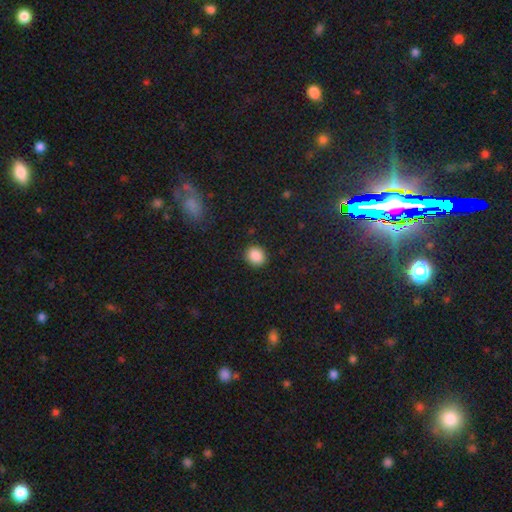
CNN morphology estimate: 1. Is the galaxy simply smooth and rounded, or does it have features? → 87% smooth, 9% star or artifact, 3% featured or disk.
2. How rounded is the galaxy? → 82% round, 17% in between, 1% cigar-shaped.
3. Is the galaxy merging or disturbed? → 91% none, 6% minor disturbance, 2% major disturbance, 1% merger.